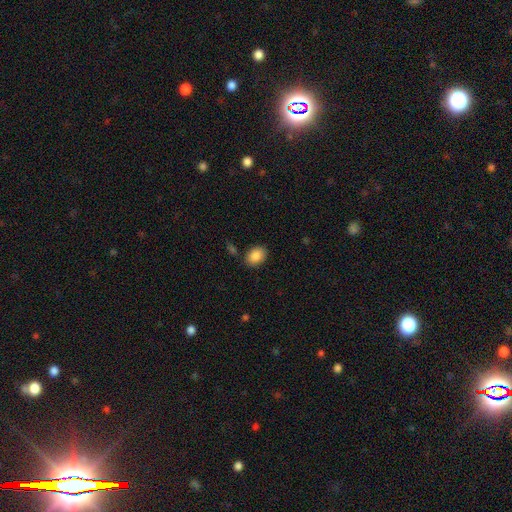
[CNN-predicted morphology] This appears to be a smooth galaxy with no disk features (87%) that is in between round and cigar-shaped (76%). Merging: none (85%).